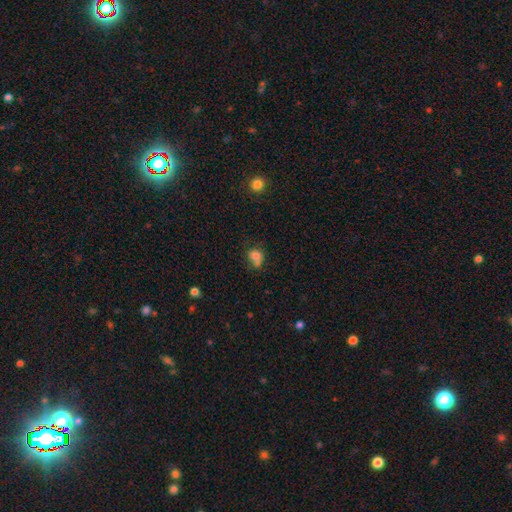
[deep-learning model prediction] A smooth galaxy with no disk features (77%) that is round (73%).

Vote fractions:
- Smooth or featured? smooth: 77% / star or artifact: 12% / featured or disk: 11%
- How rounded? round: 73% / in between: 26% / cigar-shaped: 1%
- Merging? none: 44% / merger: 34% / minor disturbance: 16% / major disturbance: 6%